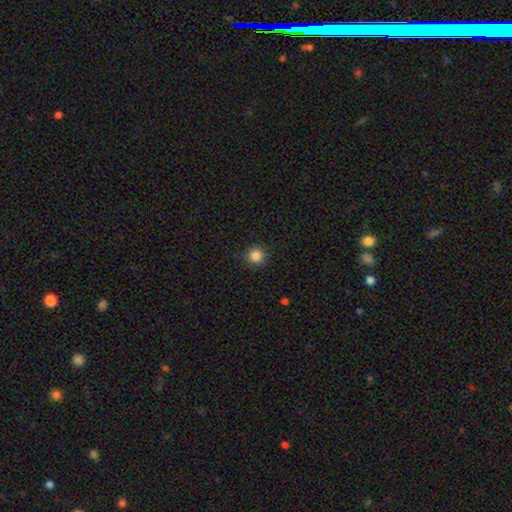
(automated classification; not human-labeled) Morphology: type=smooth (84%); roundness=round (94%); merging=none (91%).